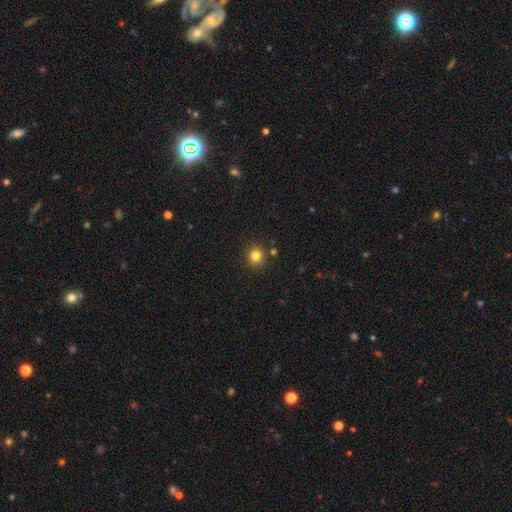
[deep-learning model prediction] smooth_or_featured: smooth (p=0.81) [alt: star or artifact p=0.13]
how_rounded: round (p=0.88) [alt: in between p=0.11]
merging: none (p=0.87) [alt: minor disturbance p=0.07]